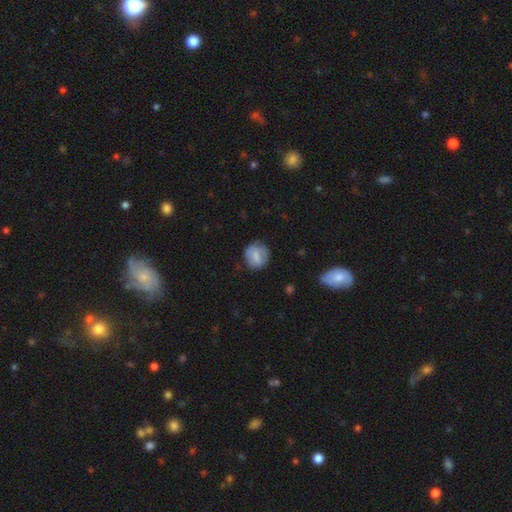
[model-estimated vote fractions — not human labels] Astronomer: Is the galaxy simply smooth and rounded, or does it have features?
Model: smooth — 73%.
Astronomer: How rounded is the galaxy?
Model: round — 82%.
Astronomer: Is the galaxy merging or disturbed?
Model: none — 71%.